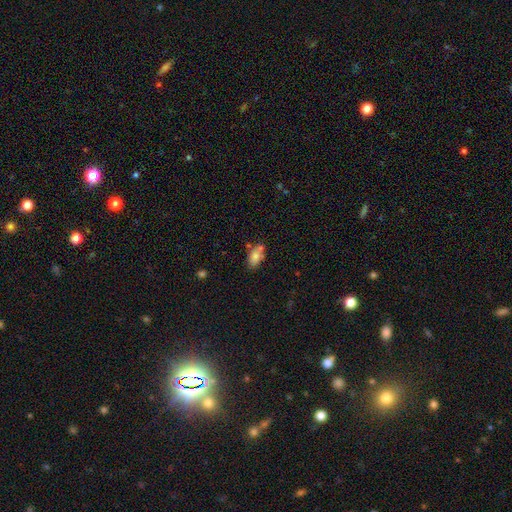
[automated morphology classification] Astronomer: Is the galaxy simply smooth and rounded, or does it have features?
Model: smooth — 76%.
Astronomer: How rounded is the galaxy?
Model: in between — 87%.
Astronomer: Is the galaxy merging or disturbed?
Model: none — 59%.